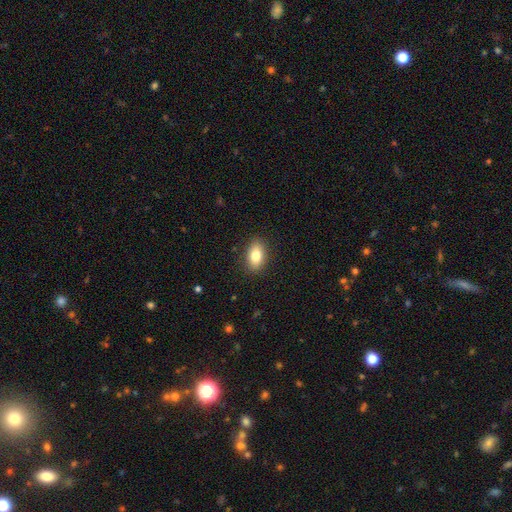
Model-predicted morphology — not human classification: smooth-or-featured: smooth: 82% | featured or disk: 10% | star or artifact: 8%
  how-rounded: in between: 88% | round: 9% | cigar-shaped: 3%
  merging: none: 88% | minor disturbance: 9% | major disturbance: 2% | merger: 1%